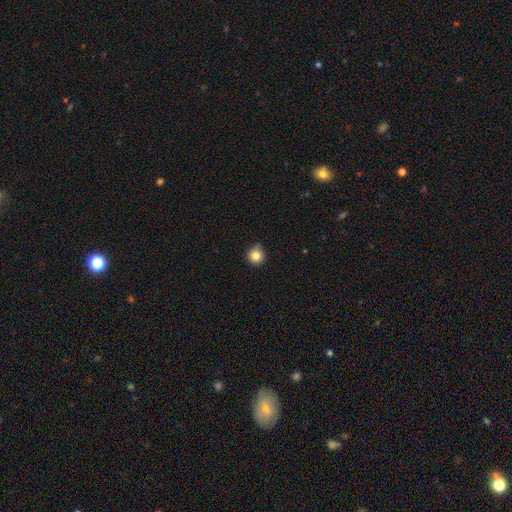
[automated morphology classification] smooth 84%, star or artifact 11%, featured or disk 5%. Down the decision tree: how rounded — round (93%); merging — none (79%).